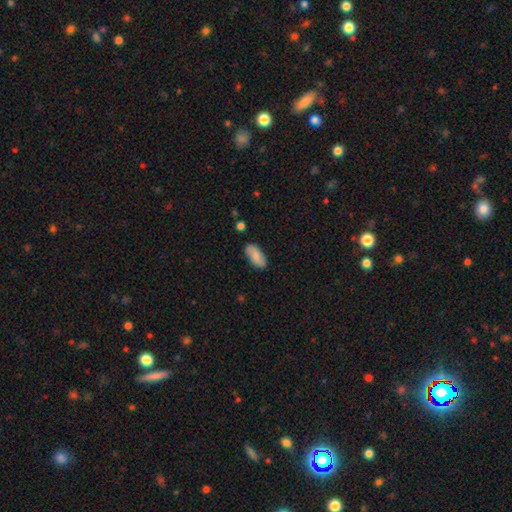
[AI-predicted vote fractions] Smooth or featured: smooth — 77% (featured or disk — 17%)
How rounded: in between — 90% (cigar-shaped — 8%)
Merging: none — 84% (minor disturbance — 12%)